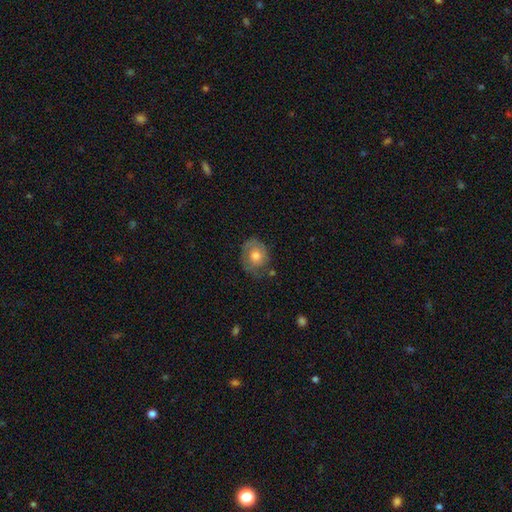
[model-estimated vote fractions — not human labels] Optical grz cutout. It shows a smooth galaxy with no disk features (60%) that is round (63%). Merging: none (58%).